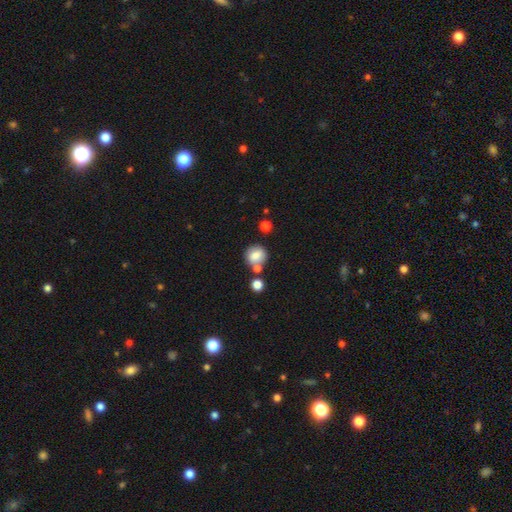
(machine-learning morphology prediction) Smooth or featured?
  - smooth: 77% *
  - featured or disk: 14%
  - star or artifact: 10%
How rounded?
  - round: 82% *
  - in between: 17%
  - cigar-shaped: 1%
Merging?
  - none: 64% *
  - merger: 20%
  - minor disturbance: 12%
  - major disturbance: 4%